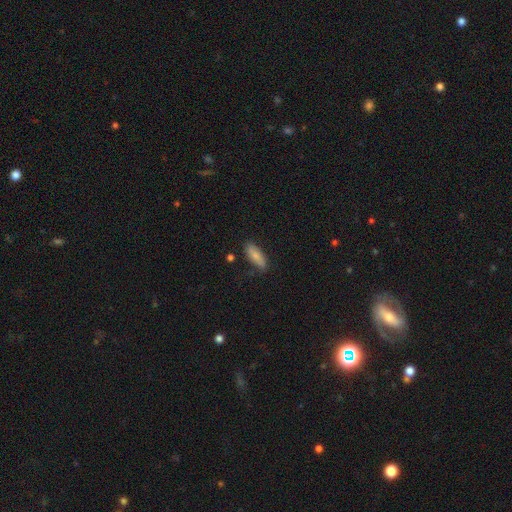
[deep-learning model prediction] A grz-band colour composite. It shows a smooth galaxy with no disk features (77%) that is in between round and cigar-shaped (69%). Merging: none (73%).